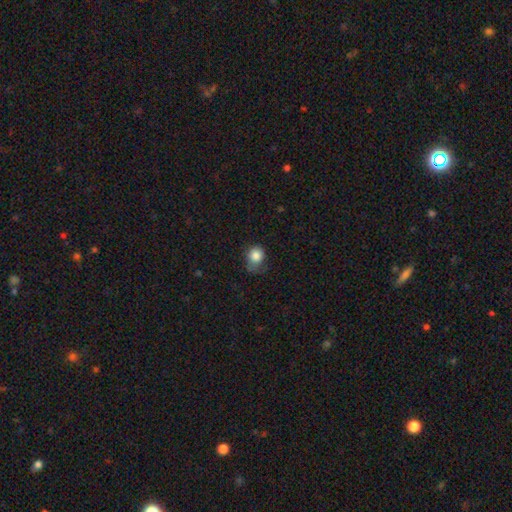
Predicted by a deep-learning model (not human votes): A smooth galaxy with no disk features (84%) that is round (71%).

Vote fractions:
- Smooth or featured? smooth: 84% / star or artifact: 9% / featured or disk: 7%
- How rounded? round: 71% / in between: 28% / cigar-shaped: 1%
- Merging? none: 46% / minor disturbance: 35% / major disturbance: 17% / merger: 2%